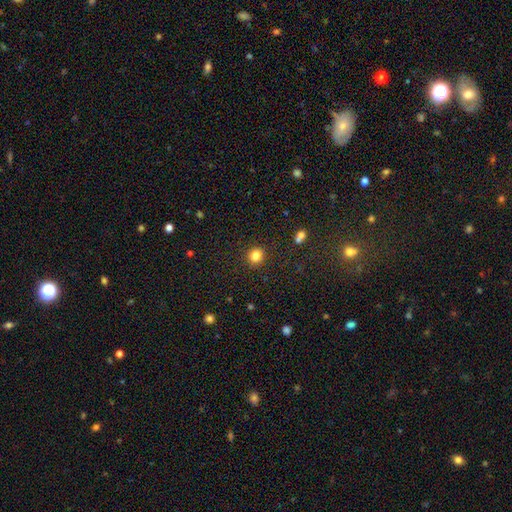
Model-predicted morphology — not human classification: type=smooth (83%); roundness=round (85%); merging=none (90%).